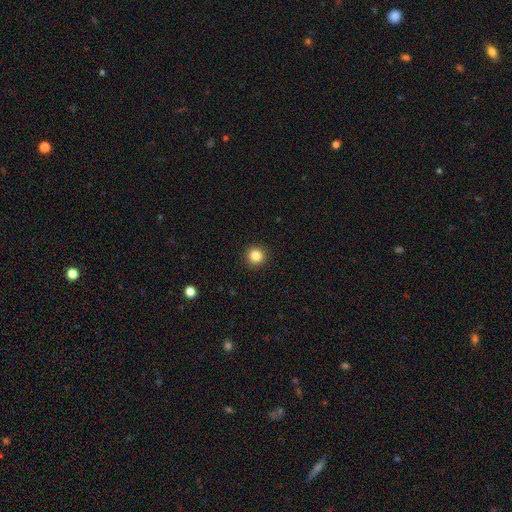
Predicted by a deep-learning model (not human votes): smooth-or-featured: smooth: 85% | star or artifact: 11% | featured or disk: 4%
  how-rounded: round: 95% | in between: 4% | cigar-shaped: 1%
  merging: none: 93% | minor disturbance: 4% | major disturbance: 2% | merger: 1%